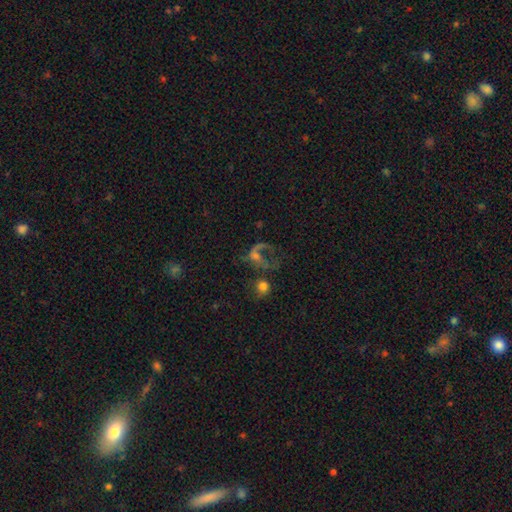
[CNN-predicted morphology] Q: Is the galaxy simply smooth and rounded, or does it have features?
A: featured or disk — 49%.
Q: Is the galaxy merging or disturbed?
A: major disturbance — 45%.